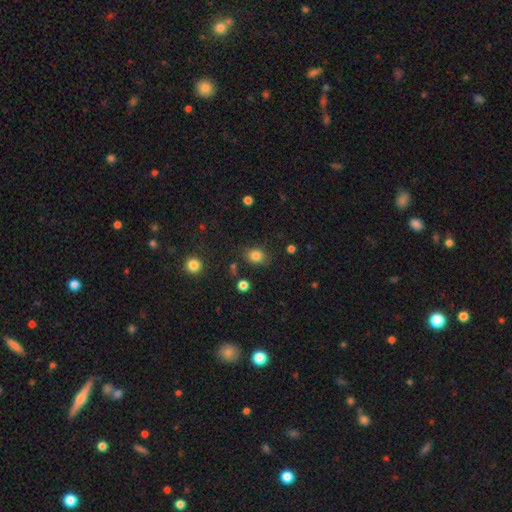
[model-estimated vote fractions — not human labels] The model was most divided on "how rounded": round: 58%, in between: 41%, cigar-shaped: 1%. More confident: smooth or featured — smooth (82%); merging — none (81%).